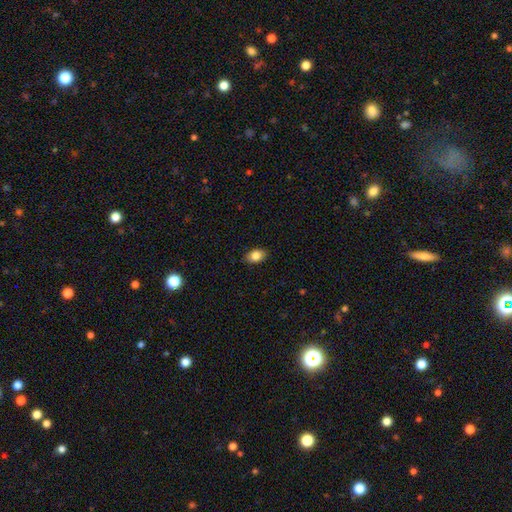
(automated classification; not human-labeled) A smooth galaxy with no disk features (84%) that is in between round and cigar-shaped (82%).

Vote fractions:
- Smooth or featured? smooth: 84% / star or artifact: 8% / featured or disk: 8%
- How rounded? in between: 82% / round: 16% / cigar-shaped: 1%
- Merging? none: 87% / minor disturbance: 10% / major disturbance: 2% / merger: 1%